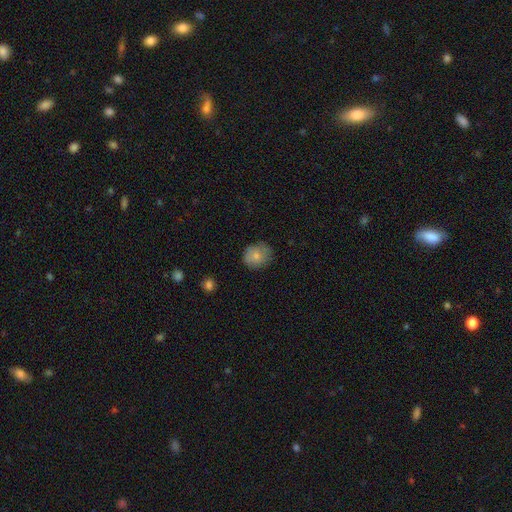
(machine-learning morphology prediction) type=smooth (80%); roundness=round (68%); merging=none (73%).